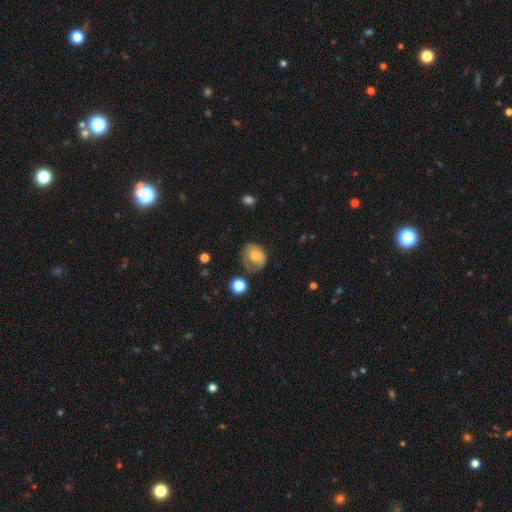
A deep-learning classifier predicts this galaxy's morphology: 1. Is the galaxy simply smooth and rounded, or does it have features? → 64% smooth, 27% featured or disk, 9% star or artifact.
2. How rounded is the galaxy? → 53% round, 46% in between, 1% cigar-shaped.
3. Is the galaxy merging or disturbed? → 46% none, 31% minor disturbance, 19% major disturbance, 3% merger.